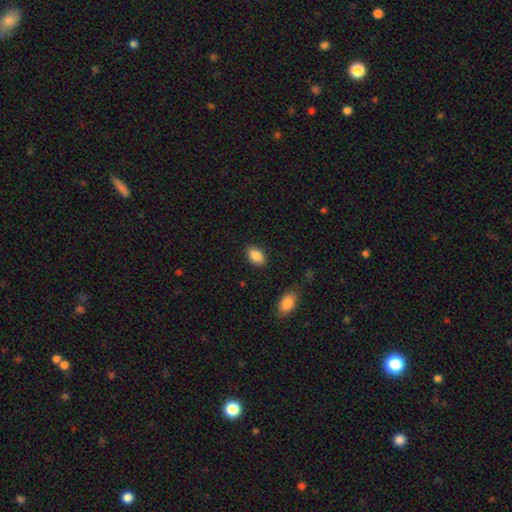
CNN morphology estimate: Smooth or featured? Predicted: smooth (p=0.86). How rounded? Predicted: in between (p=0.91). Merging? Predicted: none (p=0.87).